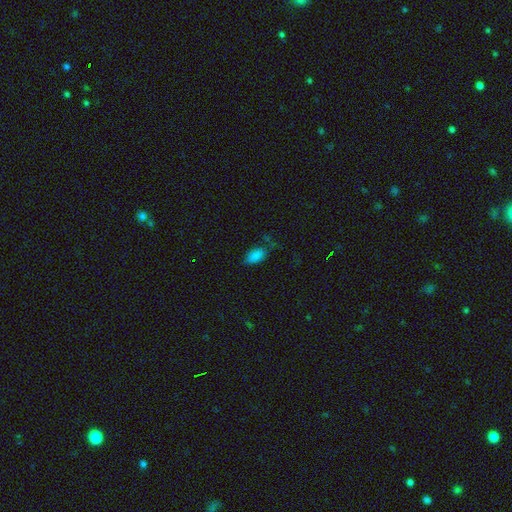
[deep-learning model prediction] smooth-or-featured: smooth: 82% | star or artifact: 13% | featured or disk: 5%
  how-rounded: in between: 93% | round: 4% | cigar-shaped: 3%
  merging: none: 58% | minor disturbance: 28% | major disturbance: 9% | merger: 4%